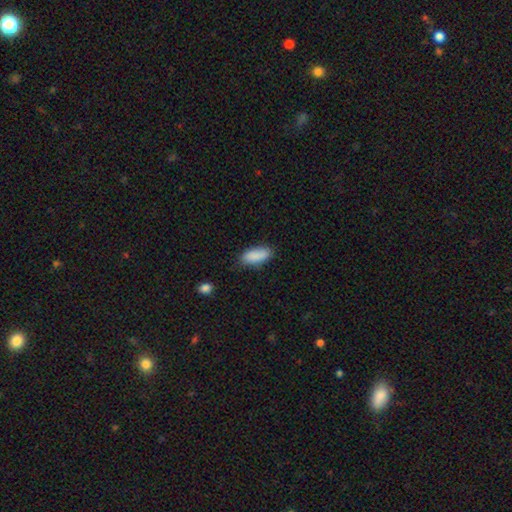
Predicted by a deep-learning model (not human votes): Smooth or featured: smooth — 88% (star or artifact — 7%)
How rounded: in between — 81% (cigar-shaped — 17%)
Merging: none — 78% (minor disturbance — 17%)